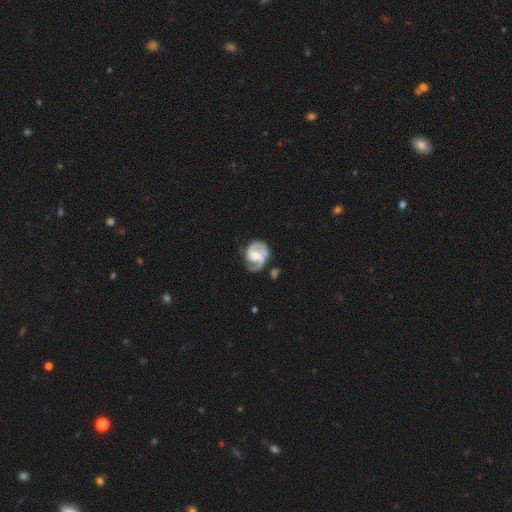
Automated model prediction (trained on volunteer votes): Q: Smooth or featured?
A: featured or disk (88%); runner-up: smooth (8%)
Q: Edge-on disk?
A: no (98%); runner-up: yes (2%)
Q: Bar?
A: no (48%); runner-up: weak (41%)
Q: Spiral arms?
A: yes (97%); runner-up: no (3%)
Q: Spiral winding?
A: medium (51%); runner-up: tight (34%)
Q: Spiral arm count?
A: 2 (81%); runner-up: 3 (7%)
Q: Bulge size?
A: moderate (51%); runner-up: small (39%)
Q: Merging?
A: none (60%); runner-up: minor disturbance (22%)